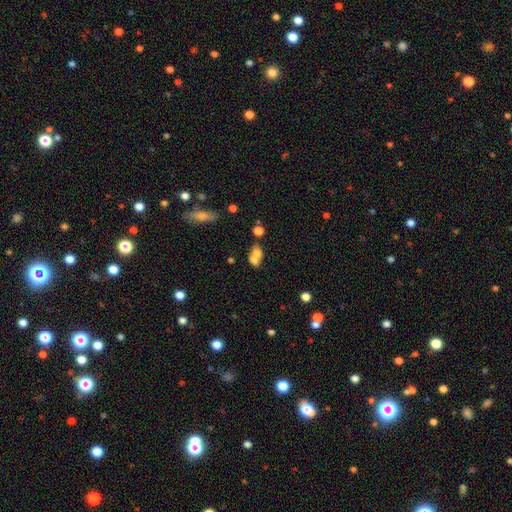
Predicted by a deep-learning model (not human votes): Overall: smooth (68%). How rounded: in between (54%; round 42%). Merging: merger (66%).